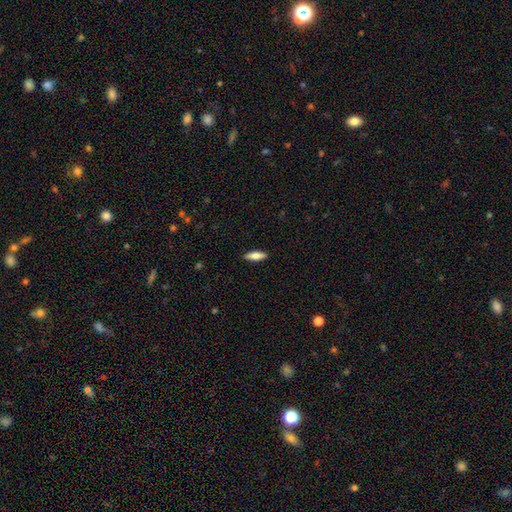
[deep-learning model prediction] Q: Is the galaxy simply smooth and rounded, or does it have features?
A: smooth — 75%.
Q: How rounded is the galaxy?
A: in between — 52%.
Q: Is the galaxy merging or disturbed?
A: none — 90%.